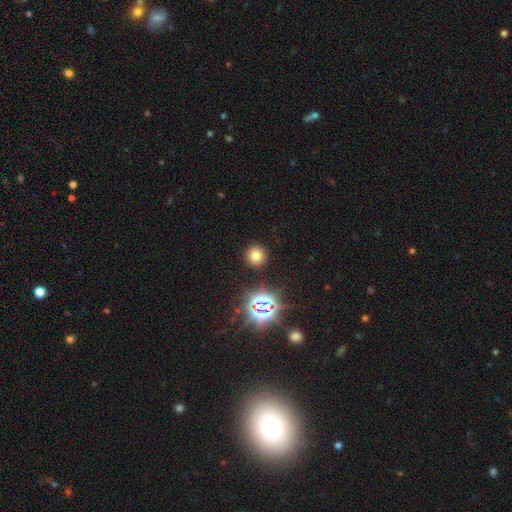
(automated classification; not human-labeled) Smooth or featured? smooth (71%)
How rounded? round (94%)
Merging? none (91%)